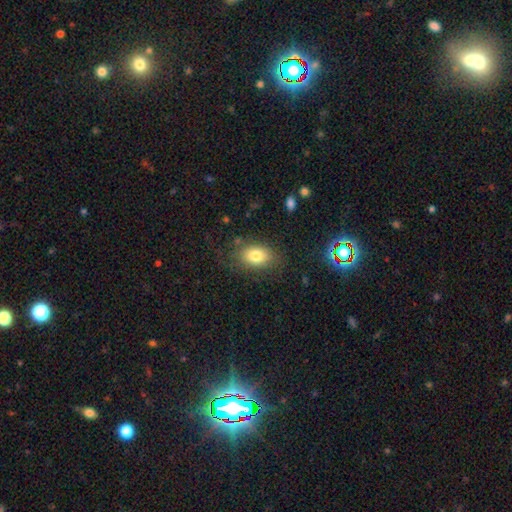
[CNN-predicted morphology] A smooth galaxy with no disk features (80%) that is in between round and cigar-shaped (79%). Merging: none (78%).